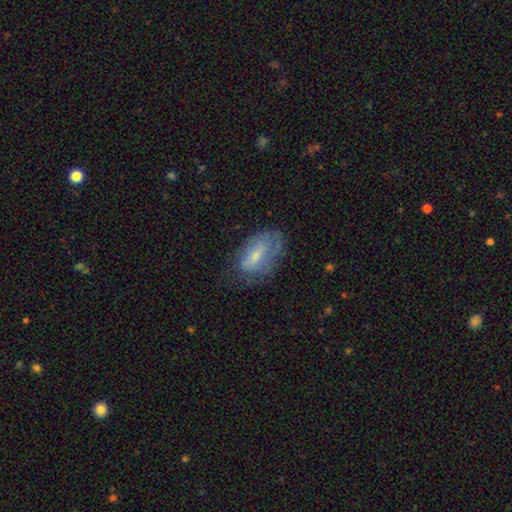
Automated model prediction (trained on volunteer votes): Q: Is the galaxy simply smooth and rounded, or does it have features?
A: smooth — 49%.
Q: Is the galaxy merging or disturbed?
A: none — 48%.